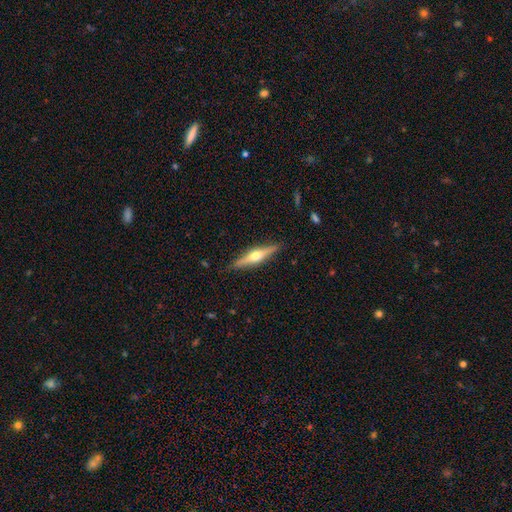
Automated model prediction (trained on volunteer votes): A featured or disk galaxy (66%) viewed edge-on (97%) with a rounded central bulge (94%).

Vote fractions:
- Smooth or featured? featured or disk: 66% / smooth: 28% / star or artifact: 6%
- Edge-on disk? yes: 97% / no: 3%
- Edge-on bulge? rounded: 94% / boxy: 3% / none: 3%
- Merging? none: 90% / minor disturbance: 8% / major disturbance: 2% / merger: 1%